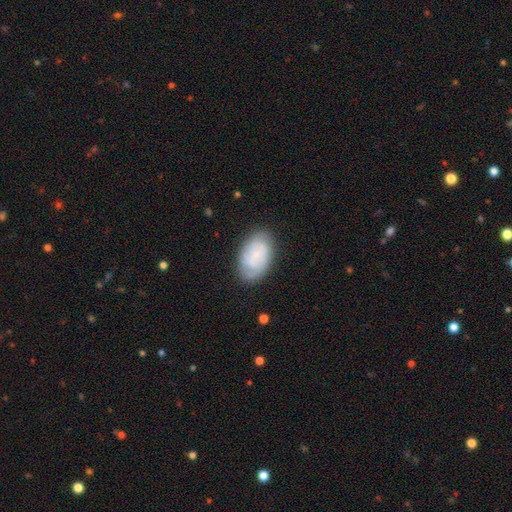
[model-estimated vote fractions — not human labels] Smooth or featured: smooth — 50% (featured or disk — 43%)
Merging: none — 77% (minor disturbance — 17%)